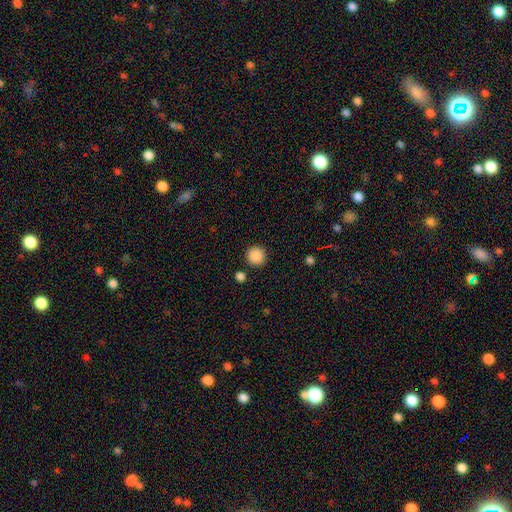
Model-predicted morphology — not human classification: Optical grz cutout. It shows a smooth galaxy with no disk features (88%) that is round (94%). Merging: none (89%).